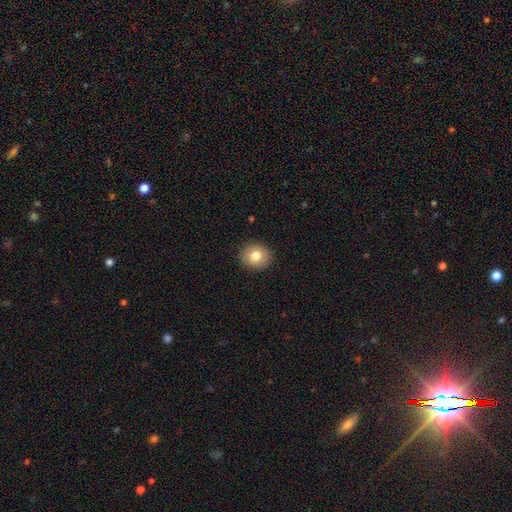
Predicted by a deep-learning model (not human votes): A smooth galaxy with no disk features (81%) that is round (76%). Merging: none (91%).